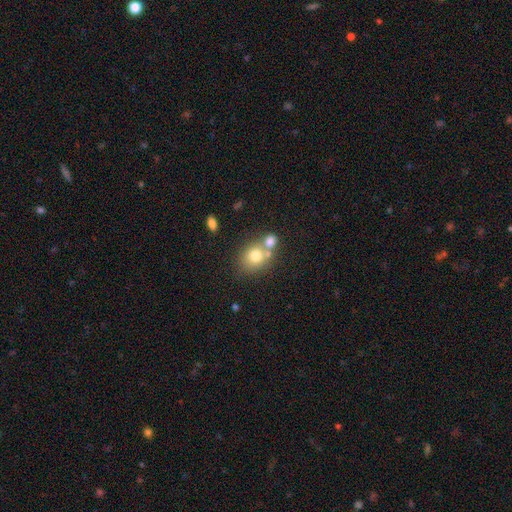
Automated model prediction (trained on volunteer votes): This appears to be a smooth galaxy with no disk features (73%) that is round (65%). Merging: none (47%).